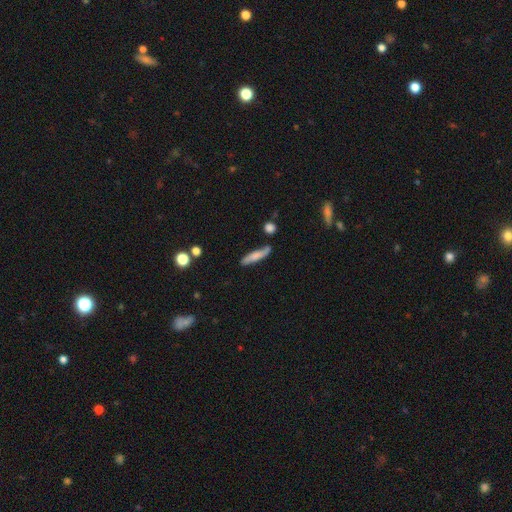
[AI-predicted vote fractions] Smooth or featured? smooth (61%)
How rounded? cigar-shaped (83%)
Merging? none (69%)